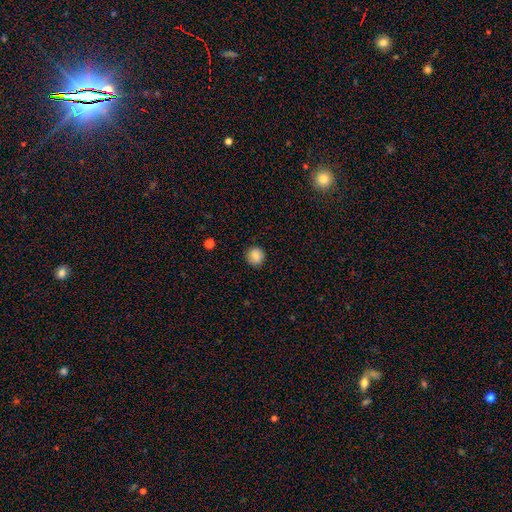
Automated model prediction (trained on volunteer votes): The model was most divided on "smooth or featured": smooth: 85%, star or artifact: 9%, featured or disk: 6%. More confident: how rounded — round (92%); merging — none (90%).